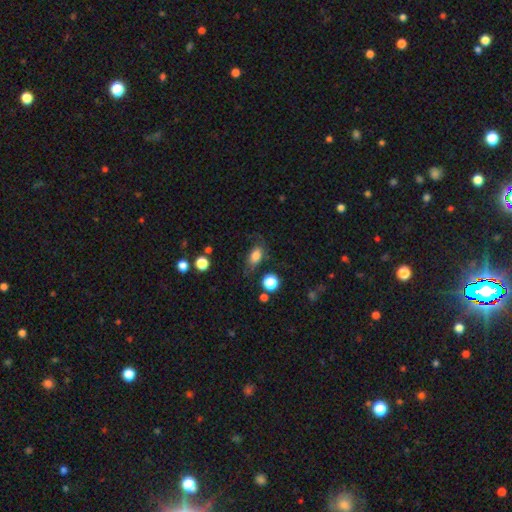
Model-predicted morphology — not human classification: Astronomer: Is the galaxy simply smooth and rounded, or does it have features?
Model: smooth — 76%.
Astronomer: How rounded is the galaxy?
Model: in between — 84%.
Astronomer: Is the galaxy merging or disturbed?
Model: none — 65%.